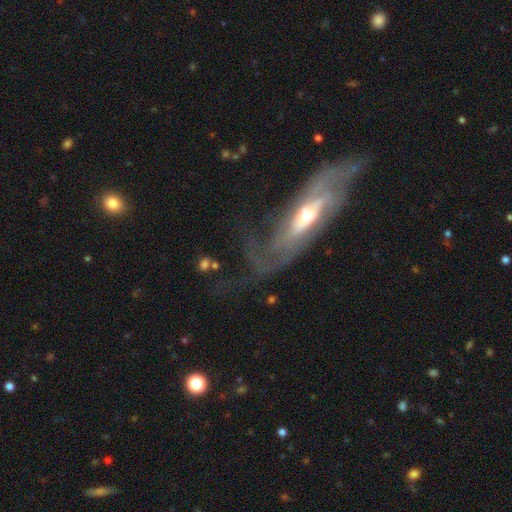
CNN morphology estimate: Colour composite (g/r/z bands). It shows a featured or disk galaxy (84%) with a weak bar (39%), 2 (51%) medium (41%) spiral arms (92%) and a moderate central bulge (59%). Merging: none (61%).